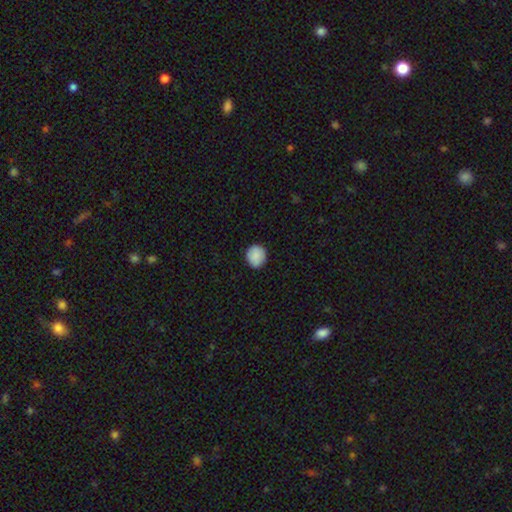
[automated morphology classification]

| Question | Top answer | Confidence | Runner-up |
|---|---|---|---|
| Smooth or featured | smooth | 88% | star or artifact (7%) |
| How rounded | round | 85% | in between (15%) |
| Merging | none | 88% | minor disturbance (9%) |